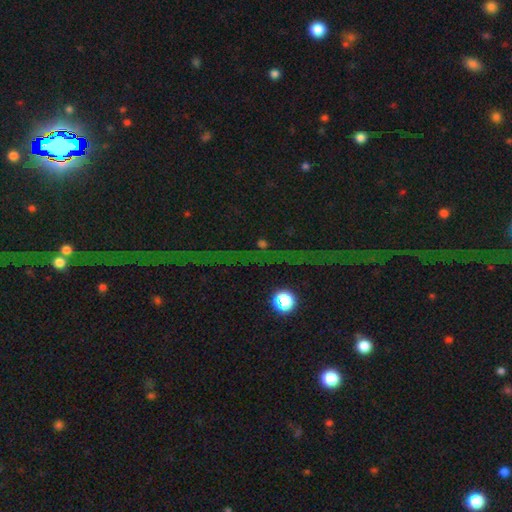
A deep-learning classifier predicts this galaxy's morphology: star or artifact 79%, featured or disk 12%, smooth 9%.